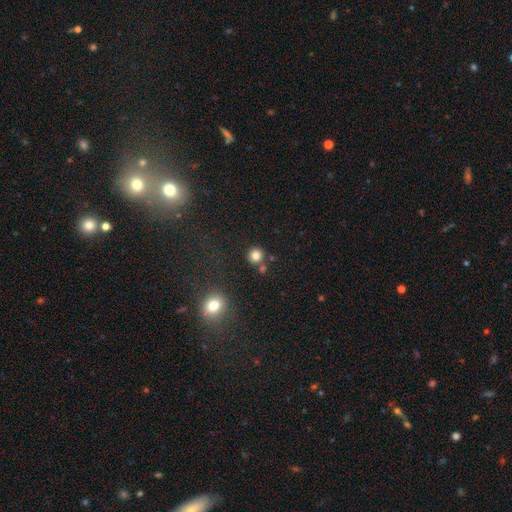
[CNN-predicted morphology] Smooth or featured?
  - smooth: 82% *
  - star or artifact: 13%
  - featured or disk: 5%
How rounded?
  - round: 92% *
  - in between: 7%
  - cigar-shaped: 1%
Merging?
  - none: 79% *
  - merger: 12%
  - minor disturbance: 7%
  - major disturbance: 3%